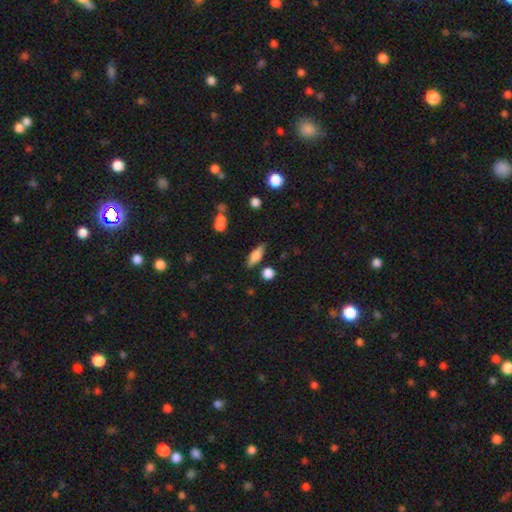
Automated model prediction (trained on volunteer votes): A smooth galaxy with no disk features (73%) that is in between round and cigar-shaped (65%). Merging: none (78%).